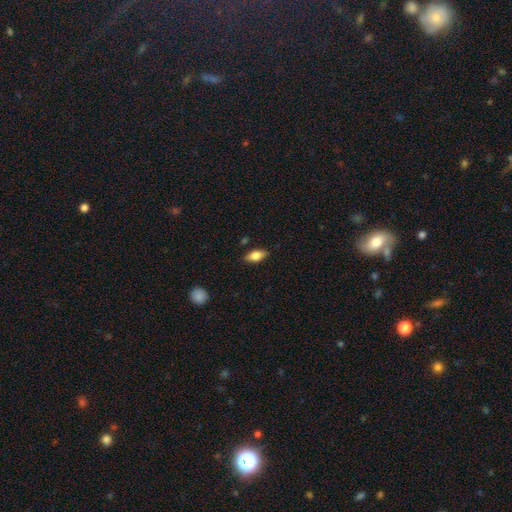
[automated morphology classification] Smooth or featured?
  - smooth: 74% *
  - featured or disk: 19%
  - star or artifact: 7%
How rounded?
  - in between: 84% *
  - cigar-shaped: 12%
  - round: 4%
Merging?
  - none: 86% *
  - minor disturbance: 11%
  - major disturbance: 2%
  - merger: 2%